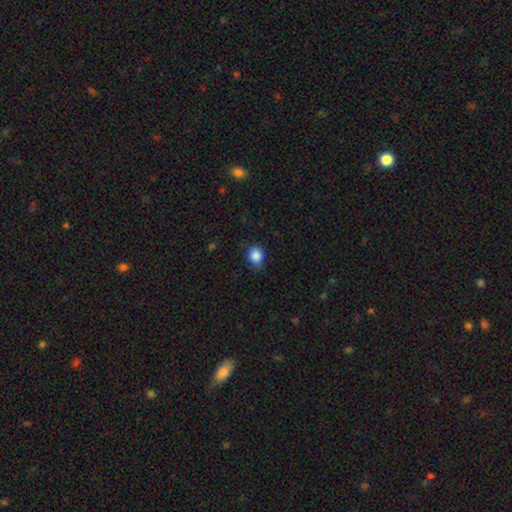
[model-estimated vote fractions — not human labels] Smooth or featured?
  - smooth: 87% *
  - star or artifact: 9%
  - featured or disk: 4%
How rounded?
  - round: 59% *
  - in between: 40%
  - cigar-shaped: 1%
Merging?
  - none: 68% *
  - minor disturbance: 26%
  - major disturbance: 5%
  - merger: 1%